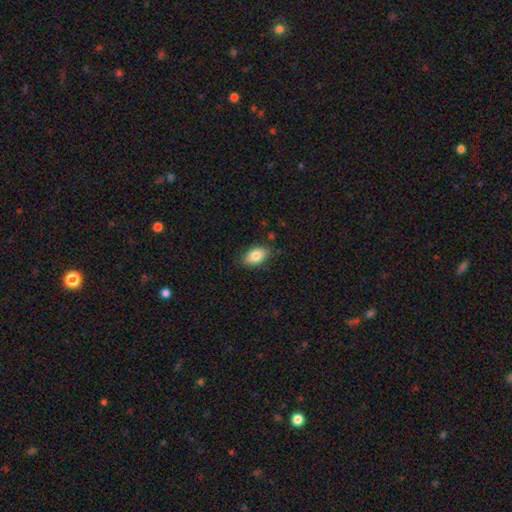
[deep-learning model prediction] Smooth or featured?
  - smooth: 83% *
  - featured or disk: 10%
  - star or artifact: 7%
How rounded?
  - in between: 89% *
  - round: 8%
  - cigar-shaped: 2%
Merging?
  - none: 82% *
  - minor disturbance: 14%
  - major disturbance: 3%
  - merger: 1%